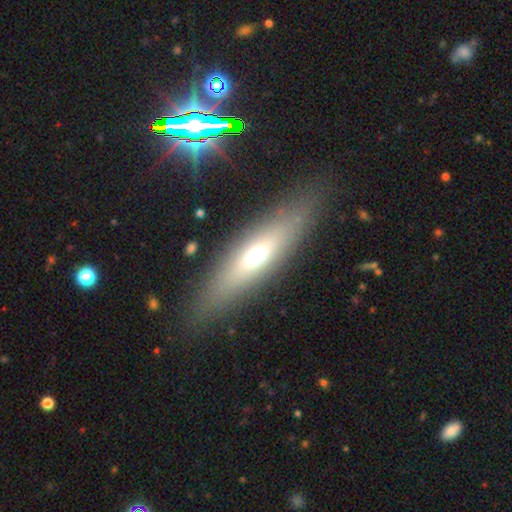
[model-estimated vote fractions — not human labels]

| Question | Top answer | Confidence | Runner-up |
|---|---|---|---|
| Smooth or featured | smooth | 51% | featured or disk (39%) |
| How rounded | cigar-shaped | 61% | in between (36%) |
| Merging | none | 83% | minor disturbance (10%) |